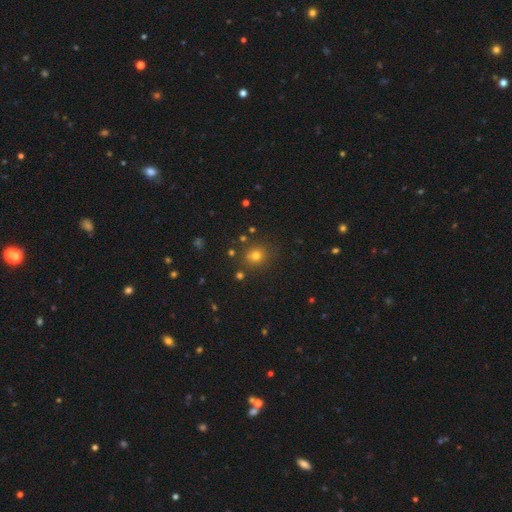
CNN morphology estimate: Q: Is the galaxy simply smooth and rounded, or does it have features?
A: smooth — 73%.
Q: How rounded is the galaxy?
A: round — 83%.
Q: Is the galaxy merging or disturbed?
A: none — 81%.